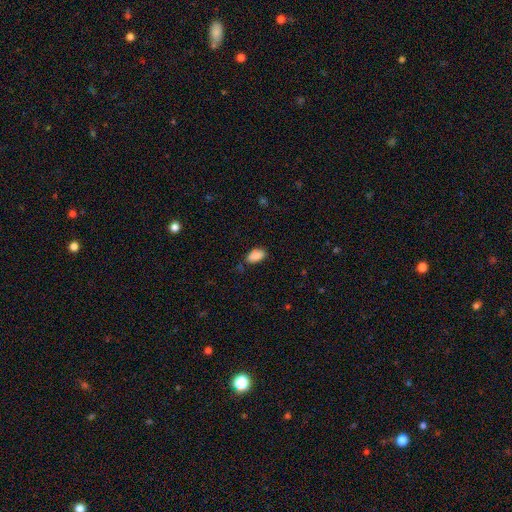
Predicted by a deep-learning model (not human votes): Smooth or featured? smooth (89%)
How rounded? in between (93%)
Merging? none (73%)